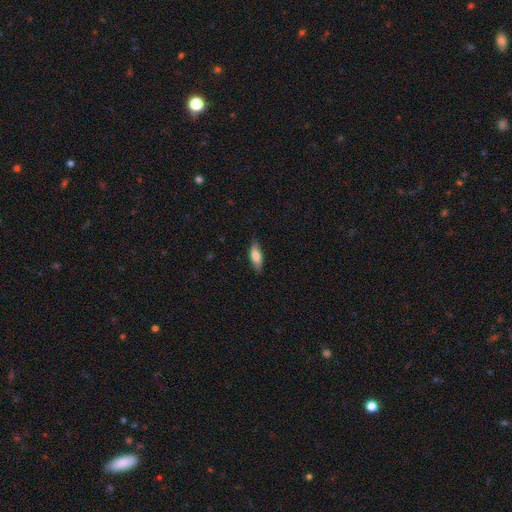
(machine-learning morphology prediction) smooth 76%, featured or disk 18%, star or artifact 6%. Down the decision tree: how rounded — in between (65%); merging — none (84%).